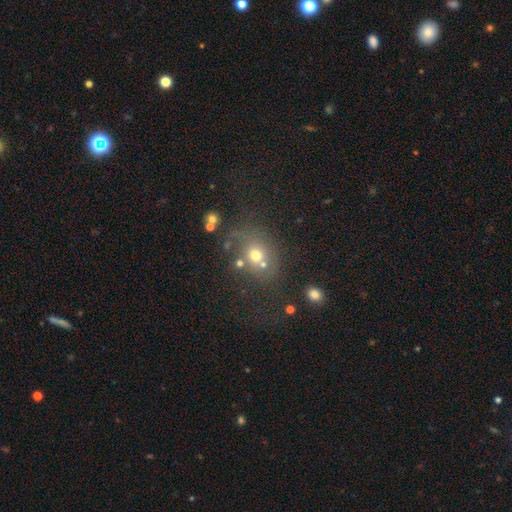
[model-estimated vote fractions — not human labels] Smooth or featured: smooth — 62% (star or artifact — 20%)
How rounded: round — 68% (in between — 31%)
Merging: none — 55% (merger — 19%)